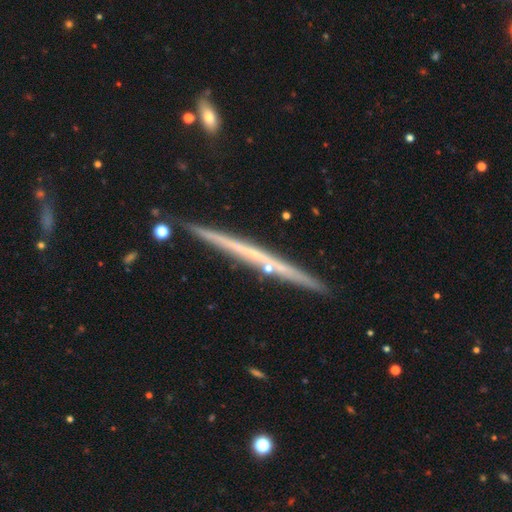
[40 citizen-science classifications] This appears to be a featured or disk galaxy (70%) viewed edge-on (96%) with no central bulge (81%). Merging: none (81%).